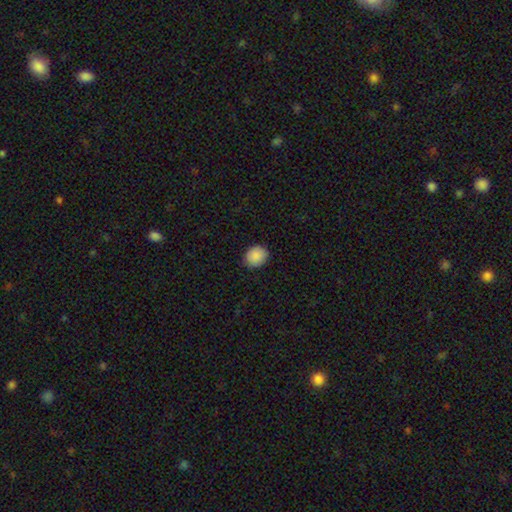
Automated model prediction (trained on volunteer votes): This appears to be a smooth galaxy with no disk features (89%) that is round (64%). Merging: none (87%).